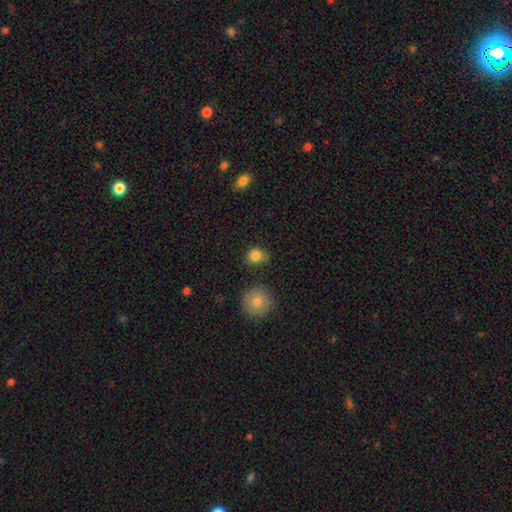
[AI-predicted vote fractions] smooth 84%, star or artifact 11%, featured or disk 6%. Down the decision tree: how rounded — round (73%); merging — none (68%).